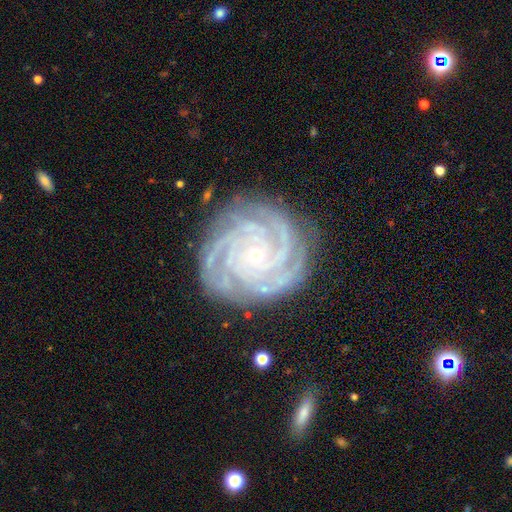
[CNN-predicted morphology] smooth-or-featured: featured or disk: 91% | star or artifact: 5% | smooth: 4%
  disk-edge-on: no: 98% | yes: 2%
    bar: no: 78% | weak: 15% | strong: 7%
    has-spiral-arms: yes: 99% | no: 1%
      spiral-winding: tight: 83% | medium: 15% | loose: 2%
      spiral-arm-count: 4: 34% | more than 4: 21% | 3: 19% | can't tell: 11% | 2: 8% | 1: 7%
    bulge-size: small: 78% | moderate: 19% | large: 1% | none: 1% | dominant: 1%
  merging: none: 82% | minor disturbance: 13% | major disturbance: 3% | merger: 1%